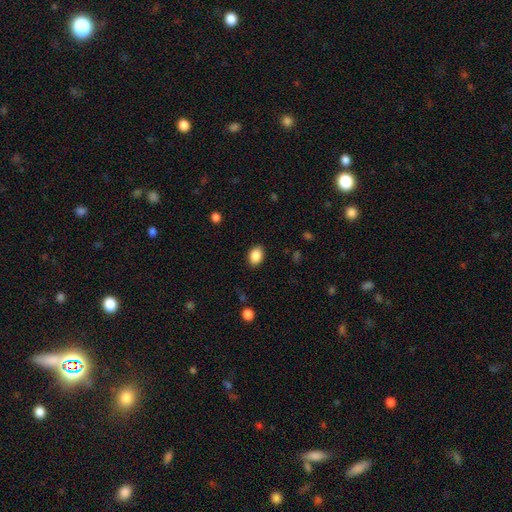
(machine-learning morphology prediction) A smooth galaxy with no disk features (88%) that is in between round and cigar-shaped (75%).

Vote fractions:
- Smooth or featured? smooth: 88% / star or artifact: 8% / featured or disk: 4%
- How rounded? in between: 75% / round: 24% / cigar-shaped: 1%
- Merging? none: 88% / minor disturbance: 9% / major disturbance: 2% / merger: 1%